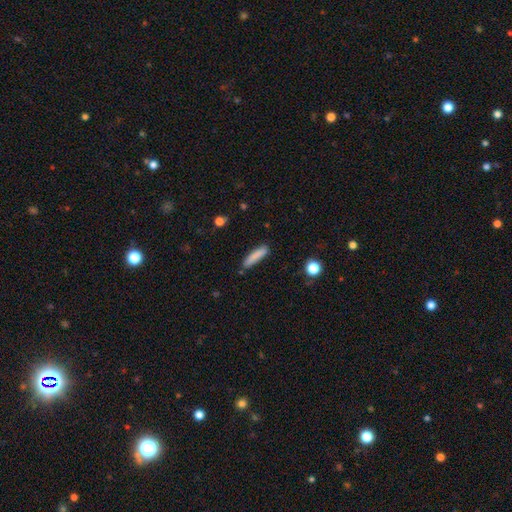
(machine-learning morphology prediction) A smooth galaxy with no disk features (84%) that is cigar-shaped (83%).

Vote fractions:
- Smooth or featured? smooth: 84% / featured or disk: 9% / star or artifact: 7%
- How rounded? cigar-shaped: 83% / in between: 15% / round: 2%
- Merging? none: 80% / minor disturbance: 14% / major disturbance: 3% / merger: 3%